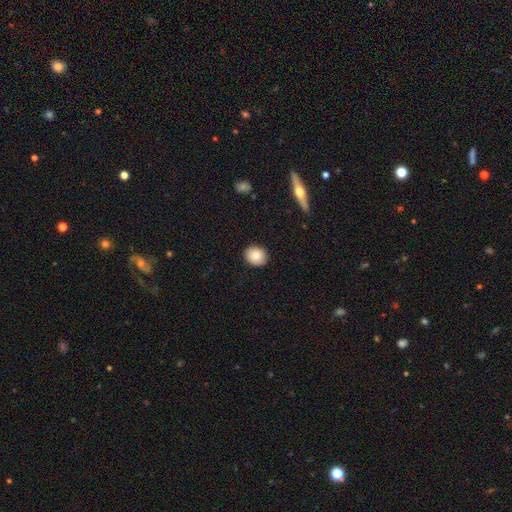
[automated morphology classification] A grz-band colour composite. It shows a smooth galaxy with no disk features (82%) that is round (71%). Merging: none (90%).